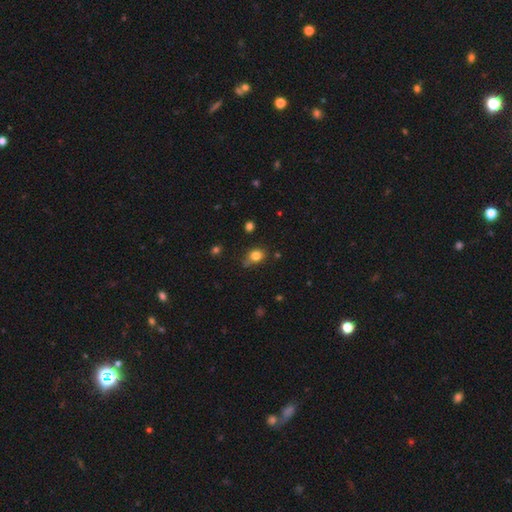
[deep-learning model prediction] Smooth or featured: smooth — 80% (star or artifact — 13%)
How rounded: round — 63% (in between — 36%)
Merging: none — 64% (minor disturbance — 24%)